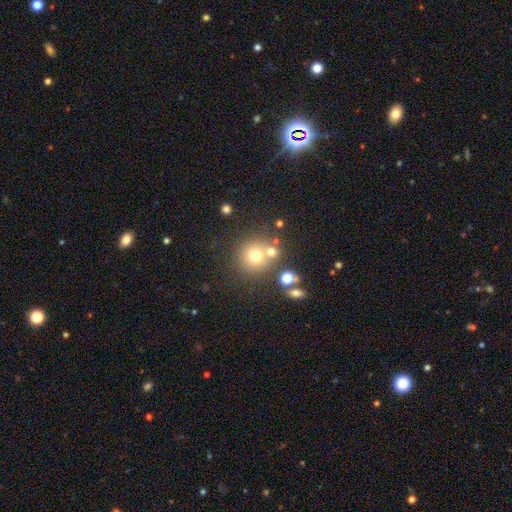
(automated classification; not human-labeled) Smooth or featured? smooth (70%)
How rounded? round (91%)
Merging? none (65%)